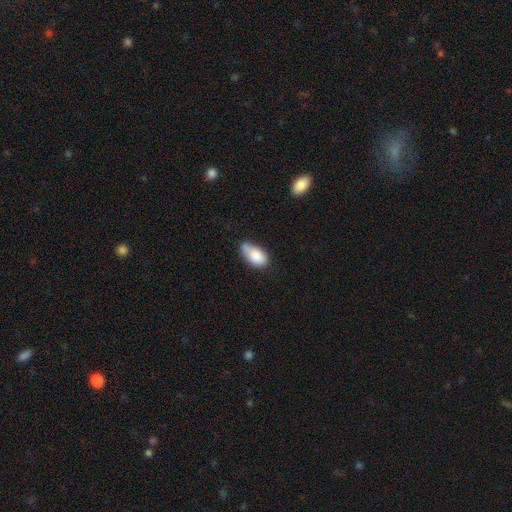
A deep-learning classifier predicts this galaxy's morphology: A smooth galaxy with no disk features (84%) that is in between round and cigar-shaped (93%). Merging: none (44%).